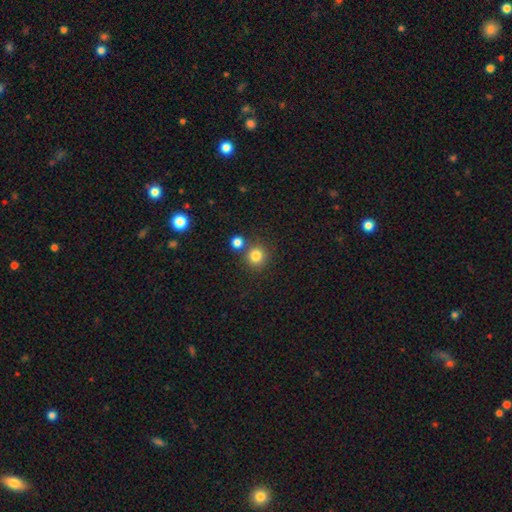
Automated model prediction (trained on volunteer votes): A smooth galaxy with no disk features (81%) that is round (93%).

Vote fractions:
- Smooth or featured? smooth: 81% / star or artifact: 13% / featured or disk: 6%
- How rounded? round: 93% / in between: 6% / cigar-shaped: 1%
- Merging? none: 75% / merger: 15% / minor disturbance: 7% / major disturbance: 3%